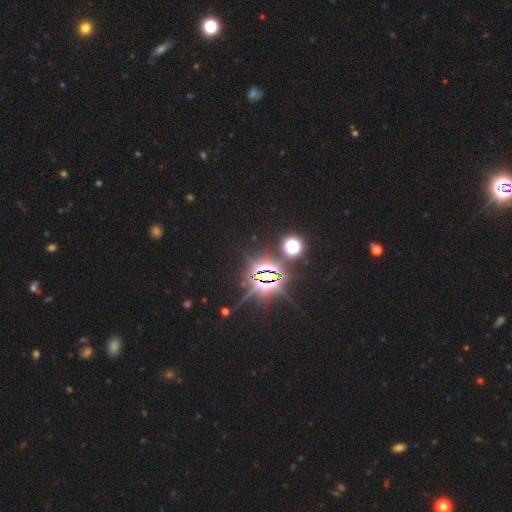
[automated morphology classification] smooth-or-featured: star or artifact: 84% | smooth: 9% | featured or disk: 7%